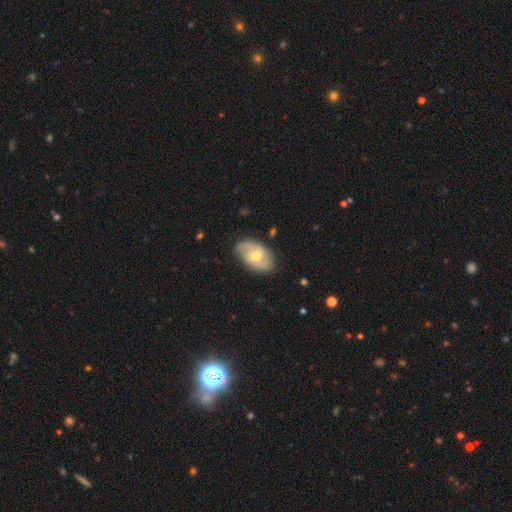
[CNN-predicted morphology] The model was most divided on "bar": weak: 46%, no: 45%, strong: 10%. Remaining: edge-on disk — no (95%); spiral arms — yes (85%); merging — none (77%); spiral arm count — 2 (72%); smooth or featured — featured or disk (64%); bulge size — moderate (56%); spiral winding — medium (44%).